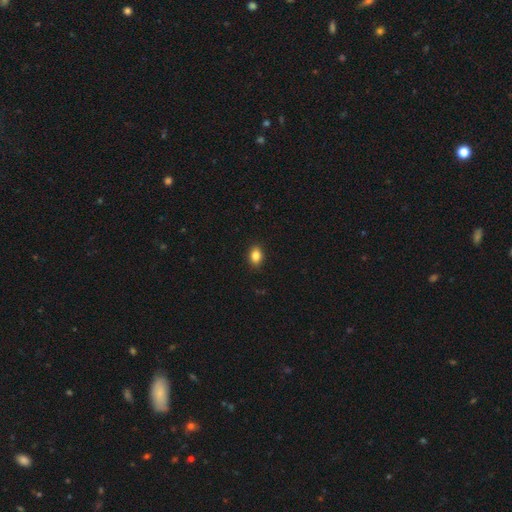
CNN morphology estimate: Smooth or featured?
  - smooth: 86% *
  - star or artifact: 9%
  - featured or disk: 5%
How rounded?
  - in between: 75% *
  - round: 24%
  - cigar-shaped: 1%
Merging?
  - none: 89% *
  - minor disturbance: 8%
  - major disturbance: 2%
  - merger: 1%